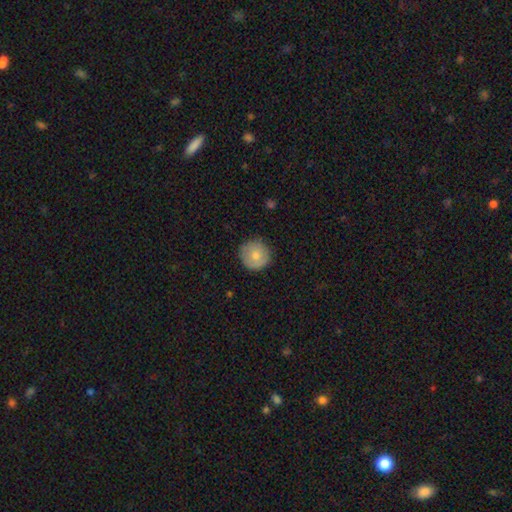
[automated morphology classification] This is likely a smooth galaxy (72%). How rounded: clearly round (95%). Merging: clearly none (85%).